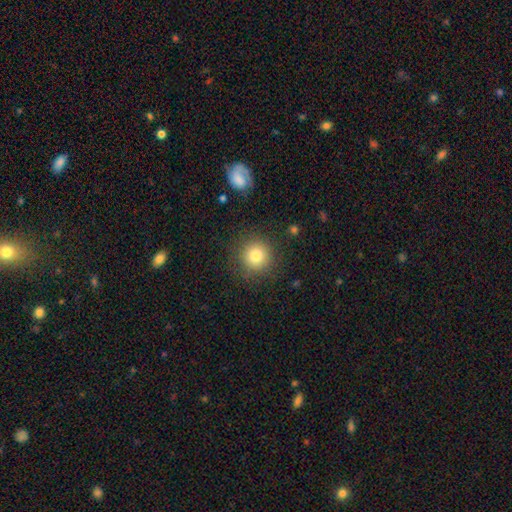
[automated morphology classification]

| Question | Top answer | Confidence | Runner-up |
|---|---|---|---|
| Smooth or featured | smooth | 82% | star or artifact (11%) |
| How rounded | round | 94% | in between (5%) |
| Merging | none | 87% | minor disturbance (8%) |